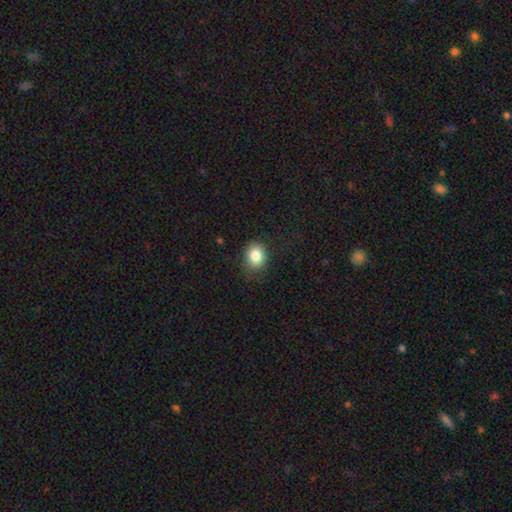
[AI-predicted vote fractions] Overall: smooth (83%). How rounded: round (54%; in between 45%). Merging: none (78%).